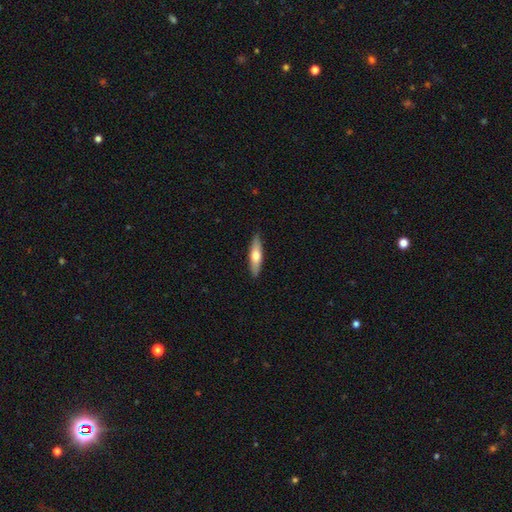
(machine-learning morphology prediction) This is possibly a smooth galaxy (57%). How rounded: likely cigar-shaped (70%). Merging: clearly none (89%).